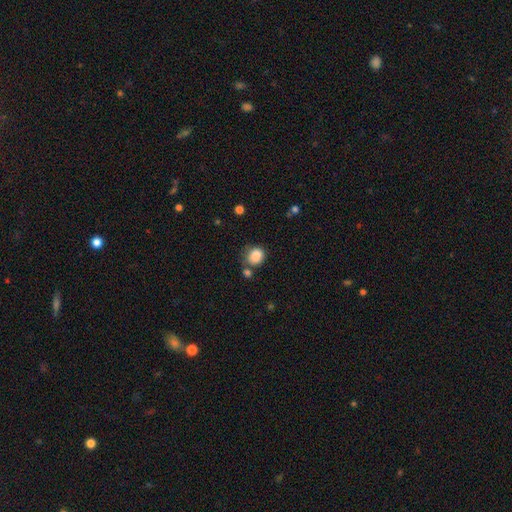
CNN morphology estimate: type=smooth (87%); roundness=round (73%); merging=none (64%).